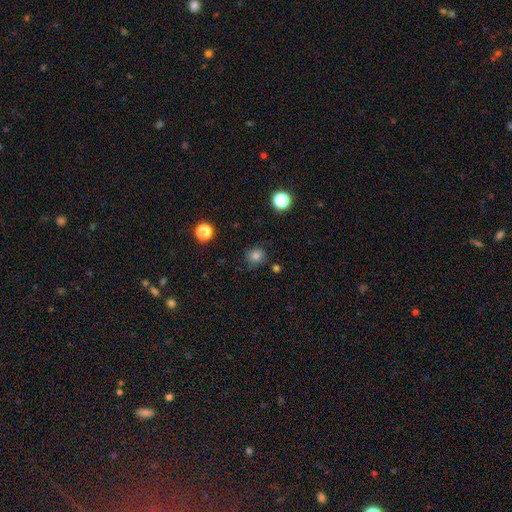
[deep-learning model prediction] Q: Smooth or featured?
A: smooth (80%); runner-up: star or artifact (14%)
Q: How rounded?
A: round (81%); runner-up: in between (18%)
Q: Merging?
A: none (80%); runner-up: minor disturbance (14%)